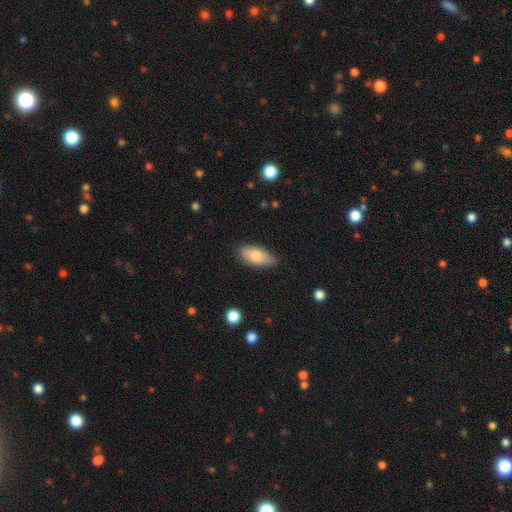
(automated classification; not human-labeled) Smooth or featured?
  - smooth: 79% *
  - featured or disk: 14%
  - star or artifact: 6%
How rounded?
  - in between: 89% *
  - cigar-shaped: 9%
  - round: 2%
Merging?
  - none: 79% *
  - minor disturbance: 17%
  - major disturbance: 3%
  - merger: 1%